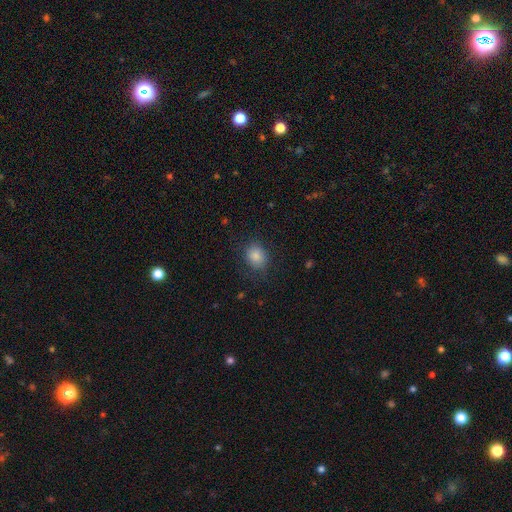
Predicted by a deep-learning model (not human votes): This appears to be a smooth galaxy with no disk features (84%) that is round (62%). Merging: none (79%).